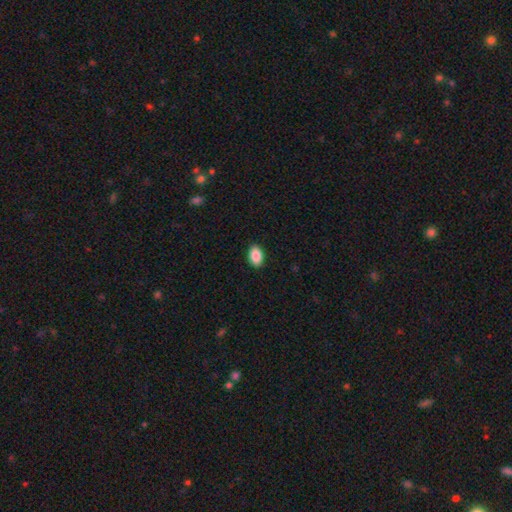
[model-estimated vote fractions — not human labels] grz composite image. It shows a smooth galaxy with no disk features (89%) that is in between round and cigar-shaped (90%). Merging: none (90%).